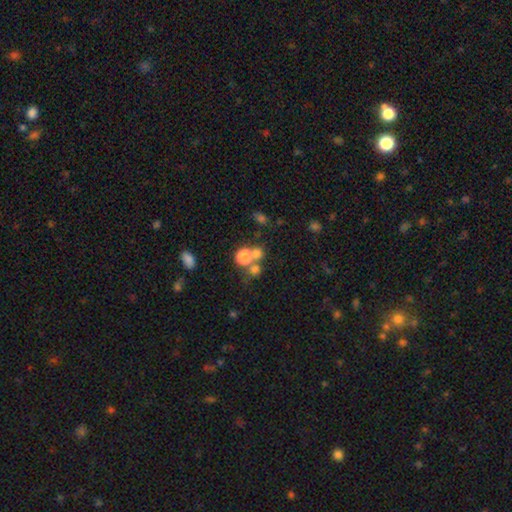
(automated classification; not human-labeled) Smooth or featured? Predicted: smooth (p=0.55). How rounded? Predicted: round (p=0.83). Merging? Predicted: none (p=0.55).